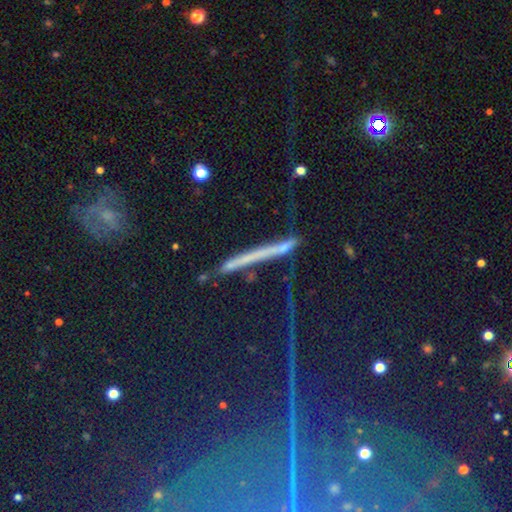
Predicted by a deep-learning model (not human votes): This is marginally a featured or disk galaxy (36%). Merging: clearly none (84%).